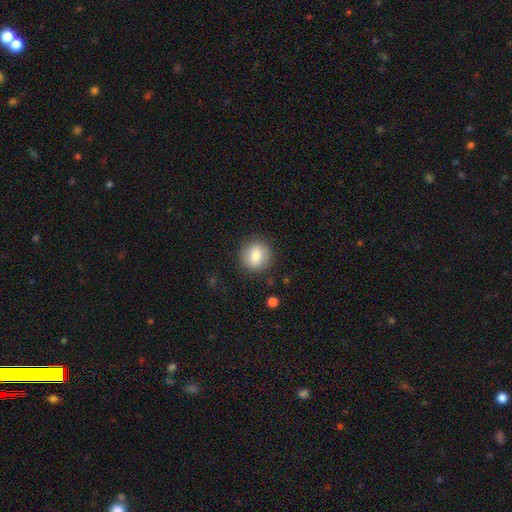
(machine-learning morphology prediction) type=smooth (82%); roundness=round (86%); merging=none (87%).